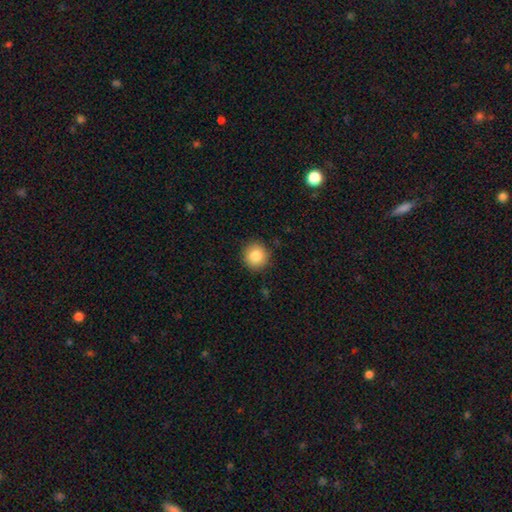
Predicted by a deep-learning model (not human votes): A smooth galaxy with no disk features (84%) that is round (92%).

Vote fractions:
- Smooth or featured? smooth: 84% / star or artifact: 9% / featured or disk: 7%
- How rounded? round: 92% / in between: 7% / cigar-shaped: 1%
- Merging? none: 91% / minor disturbance: 7% / major disturbance: 2% / merger: 1%